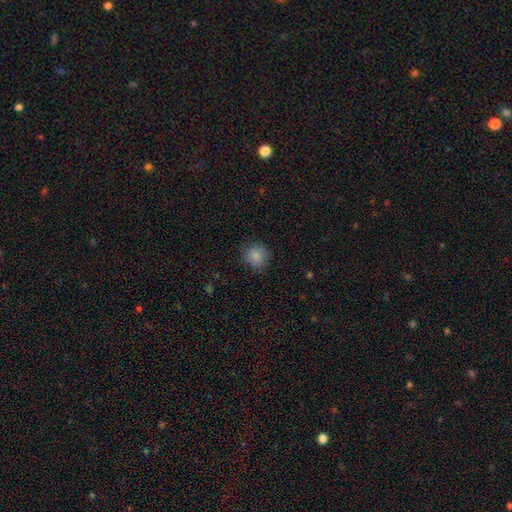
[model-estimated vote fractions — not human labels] Overall: smooth (86%). How rounded: round (89%). Merging: none (85%).